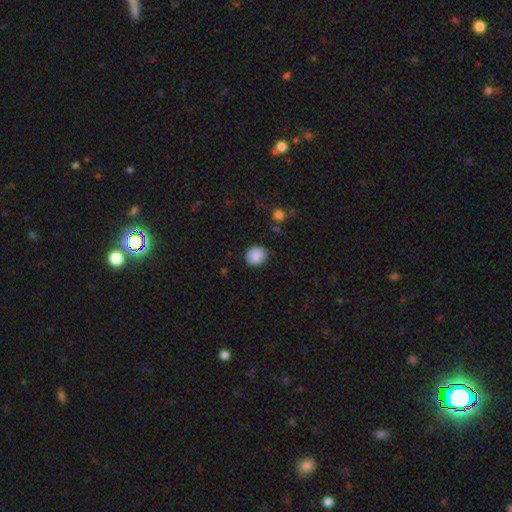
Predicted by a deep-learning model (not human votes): A smooth galaxy with no disk features (88%) that is round (69%). Merging: none (85%).